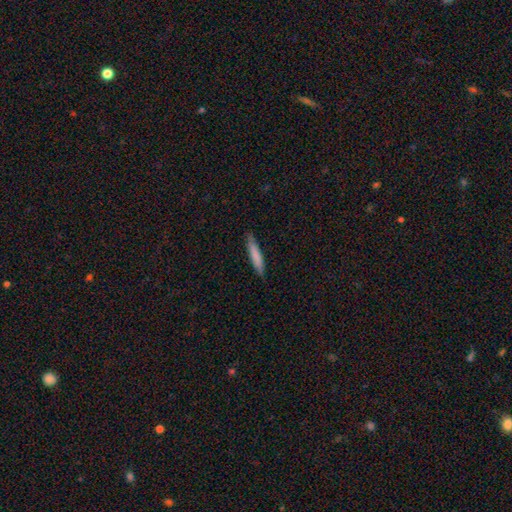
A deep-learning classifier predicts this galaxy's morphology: Smooth or featured? smooth (79%)
How rounded? cigar-shaped (90%)
Merging? none (87%)